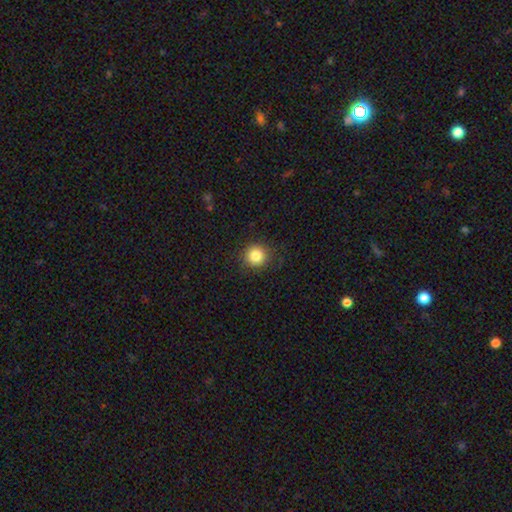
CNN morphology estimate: This appears to be a smooth galaxy with no disk features (84%) that is round (93%). Merging: none (88%).